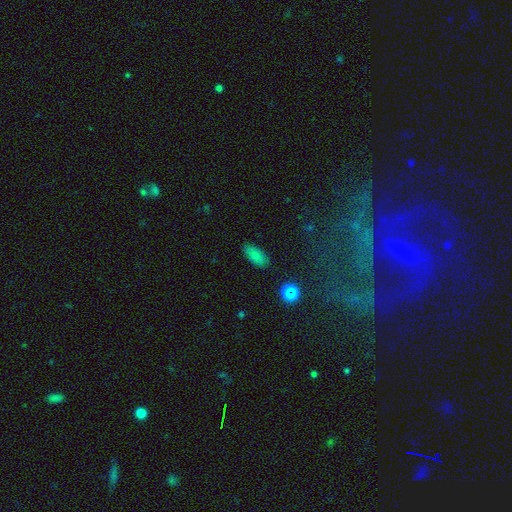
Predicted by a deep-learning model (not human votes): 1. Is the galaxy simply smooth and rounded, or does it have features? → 80% smooth, 12% star or artifact, 8% featured or disk.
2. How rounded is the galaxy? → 89% in between, 7% cigar-shaped, 4% round.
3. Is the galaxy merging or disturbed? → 85% none, 11% minor disturbance, 3% major disturbance, 1% merger.